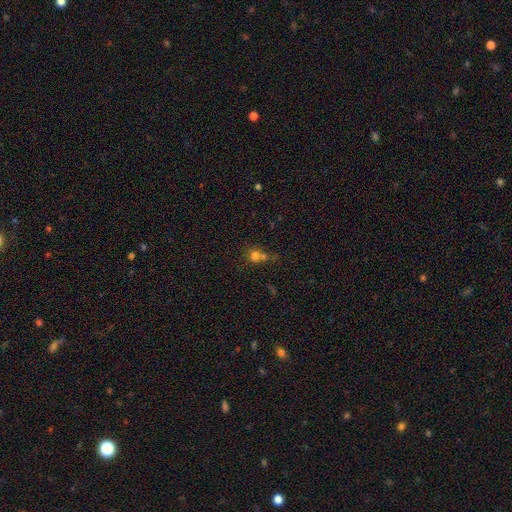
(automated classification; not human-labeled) Smooth or featured?
  - smooth: 71% *
  - star or artifact: 17%
  - featured or disk: 12%
How rounded?
  - round: 80% *
  - in between: 19%
  - cigar-shaped: 1%
Merging?
  - merger: 46% *
  - none: 38%
  - minor disturbance: 10%
  - major disturbance: 6%